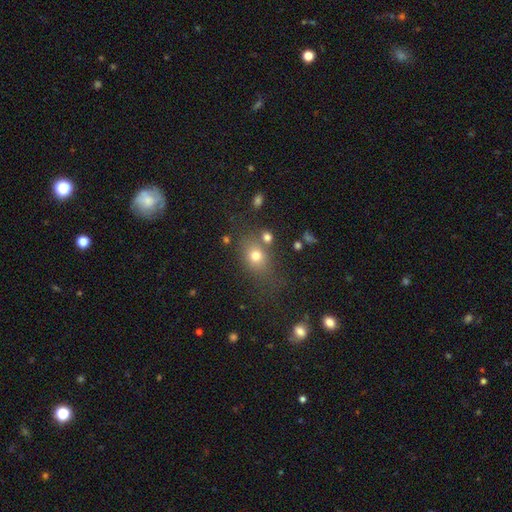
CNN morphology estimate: smooth 72%, star or artifact 16%, featured or disk 12%. Down the decision tree: how rounded — in between (53%); merging — none (62%).